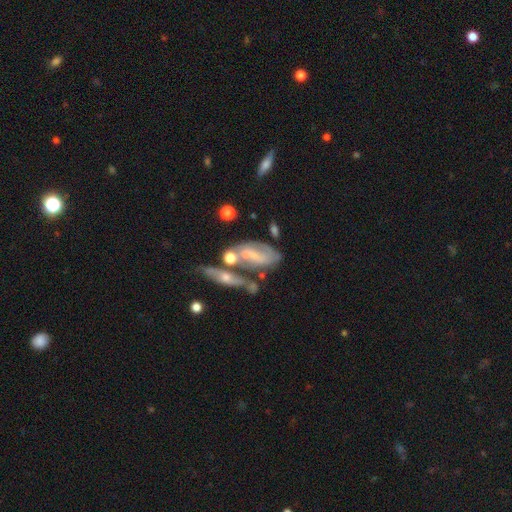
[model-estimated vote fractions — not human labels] Smooth or featured: featured or disk — 59% (smooth — 31%)
Edge-on disk: no — 84% (yes — 16%)
Merging: none — 39% (merger — 26%)